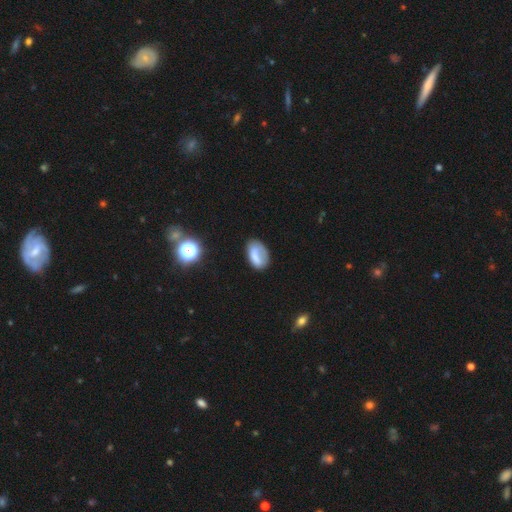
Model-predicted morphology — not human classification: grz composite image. It shows a smooth galaxy with no disk features (70%) that is in between round and cigar-shaped (89%). Merging: none (59%).